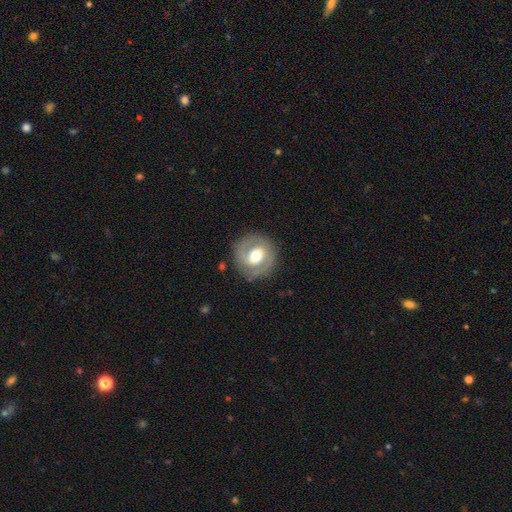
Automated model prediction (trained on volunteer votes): smooth-or-featured: featured or disk: 61% | smooth: 33% | star or artifact: 6%
  disk-edge-on: no: 97% | yes: 3%
    bar: no: 41% | weak: 38% | strong: 21%
    has-spiral-arms: yes: 56% | no: 44%
    bulge-size: moderate: 62% | large: 28% | small: 7% | dominant: 2% | none: 1%
  merging: none: 83% | minor disturbance: 11% | major disturbance: 5% | merger: 1%